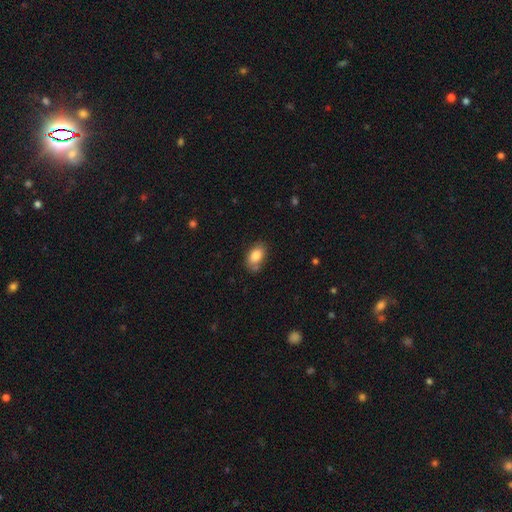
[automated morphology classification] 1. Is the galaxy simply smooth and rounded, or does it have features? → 84% smooth, 8% featured or disk, 7% star or artifact.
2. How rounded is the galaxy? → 91% in between, 8% round, 2% cigar-shaped.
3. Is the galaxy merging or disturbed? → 70% none, 20% minor disturbance, 6% merger, 4% major disturbance.